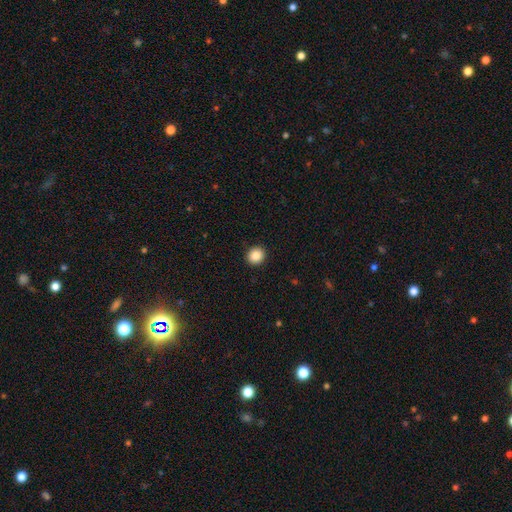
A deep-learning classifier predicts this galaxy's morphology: Smooth or featured? Predicted: smooth (p=0.87). How rounded? Predicted: round (p=0.87). Merging? Predicted: none (p=0.93).